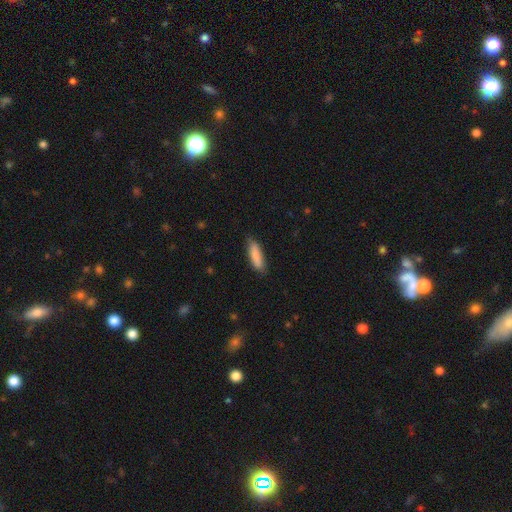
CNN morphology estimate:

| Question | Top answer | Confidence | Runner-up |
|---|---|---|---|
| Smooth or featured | smooth | 87% | featured or disk (7%) |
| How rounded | cigar-shaped | 58% | in between (41%) |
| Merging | none | 82% | minor disturbance (14%) |